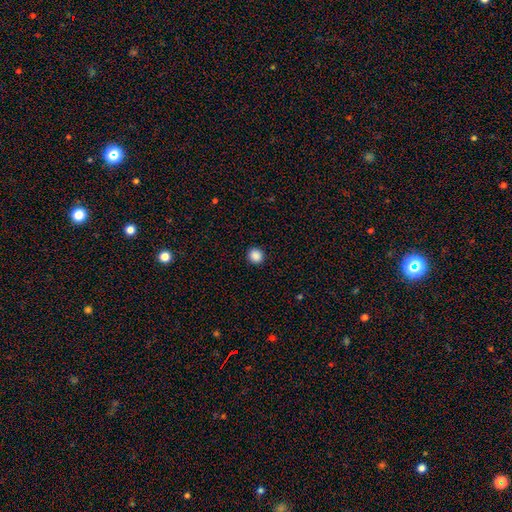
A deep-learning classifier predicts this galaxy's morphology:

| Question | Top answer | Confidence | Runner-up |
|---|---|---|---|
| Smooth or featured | smooth | 88% | star or artifact (10%) |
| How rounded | round | 89% | in between (10%) |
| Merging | none | 93% | minor disturbance (5%) |